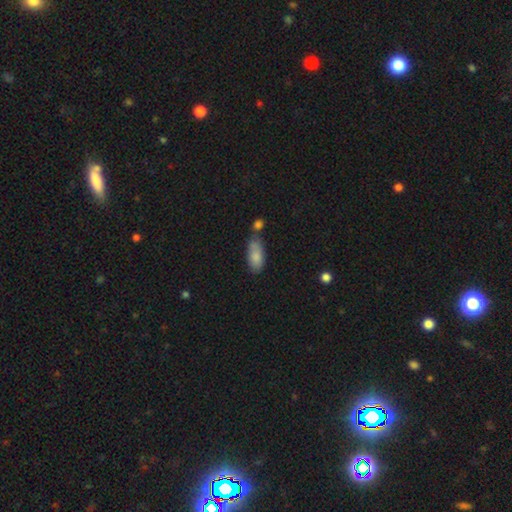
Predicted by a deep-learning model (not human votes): Overall: smooth (82%). How rounded: in between (87%). Merging: none (48%; minor disturbance 24%).